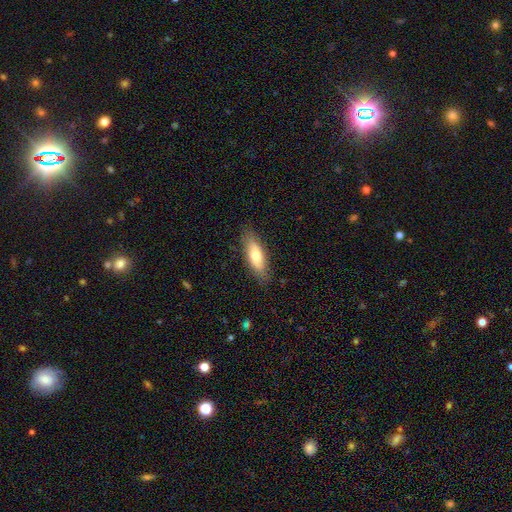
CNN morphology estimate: This is likely a smooth galaxy (68%). How rounded: likely in between (61%). Merging: clearly none (84%).